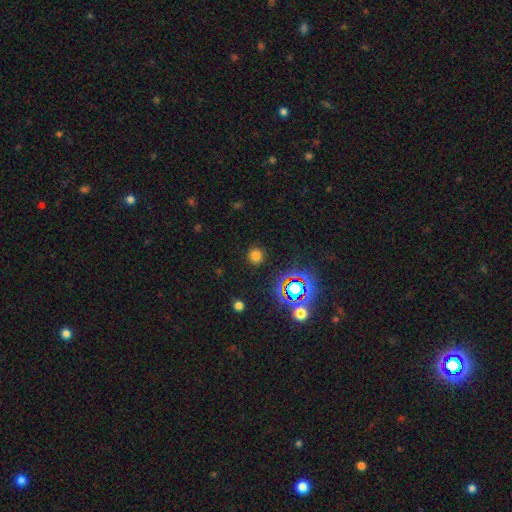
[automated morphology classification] Smooth or featured? smooth (71%)
How rounded? round (92%)
Merging? none (89%)